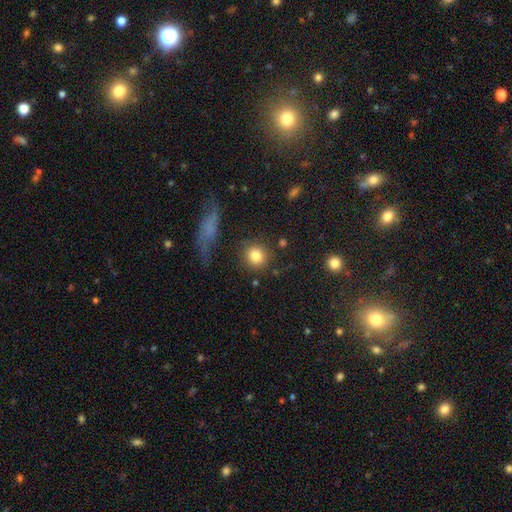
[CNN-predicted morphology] type=smooth (82%); roundness=round (88%); merging=none (80%).